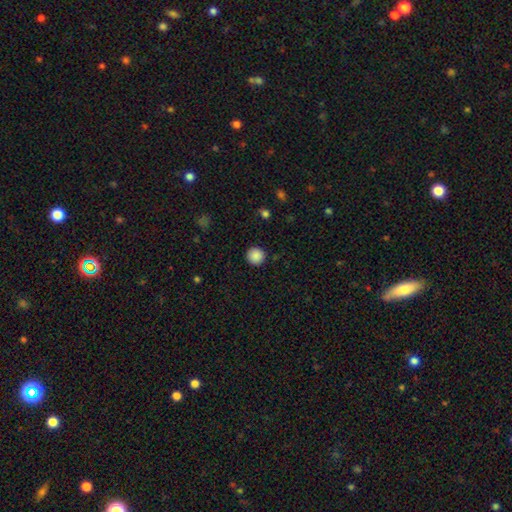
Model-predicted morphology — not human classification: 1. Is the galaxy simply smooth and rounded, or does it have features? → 88% smooth, 9% star or artifact, 3% featured or disk.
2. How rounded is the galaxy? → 95% round, 4% in between, 1% cigar-shaped.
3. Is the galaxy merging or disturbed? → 92% none, 5% minor disturbance, 2% major disturbance, 1% merger.